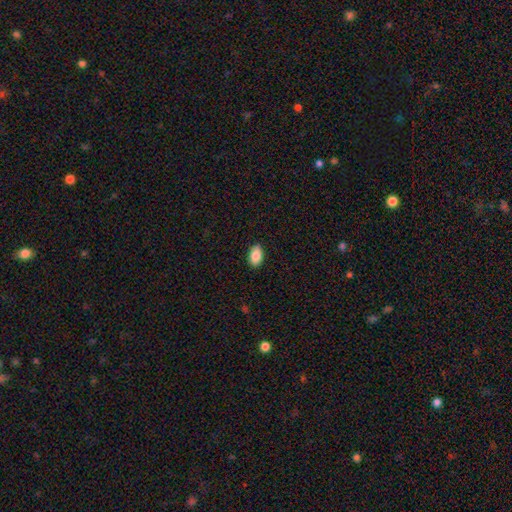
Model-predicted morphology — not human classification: Smooth or featured: smooth — 86% (star or artifact — 7%)
How rounded: in between — 92% (round — 6%)
Merging: none — 88% (minor disturbance — 9%)